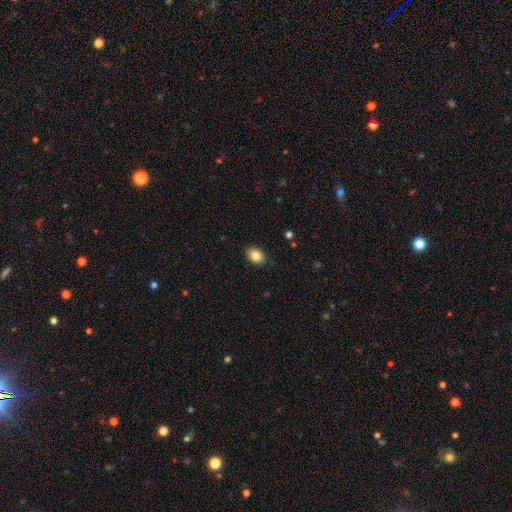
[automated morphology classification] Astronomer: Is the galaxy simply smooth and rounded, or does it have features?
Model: smooth — 84%.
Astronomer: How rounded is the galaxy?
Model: in between — 68%.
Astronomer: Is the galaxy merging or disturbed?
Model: none — 88%.